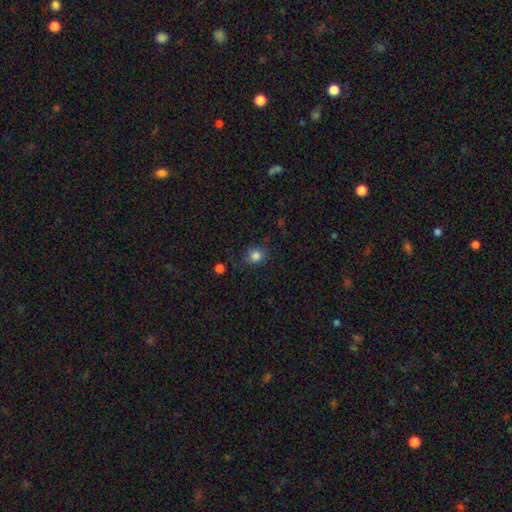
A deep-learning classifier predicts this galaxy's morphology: A smooth galaxy with no disk features (83%) that is round (74%).

Vote fractions:
- Smooth or featured? smooth: 83% / star or artifact: 12% / featured or disk: 5%
- How rounded? round: 74% / in between: 25% / cigar-shaped: 1%
- Merging? none: 79% / minor disturbance: 14% / major disturbance: 4% / merger: 2%